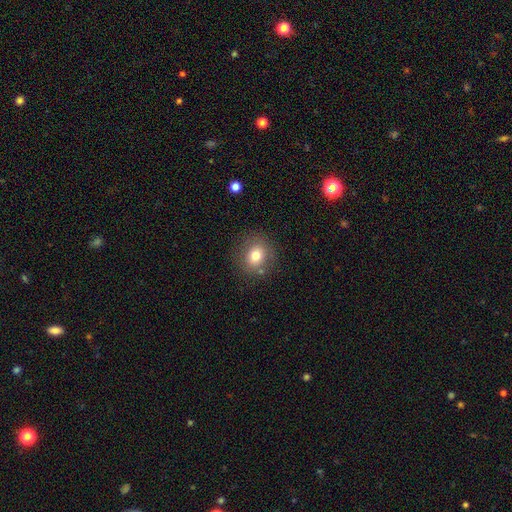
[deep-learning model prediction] smooth_or_featured: smooth (p=0.76) [alt: featured or disk p=0.12]
how_rounded: round (p=0.74) [alt: in between p=0.25]
merging: none (p=0.82) [alt: minor disturbance p=0.11]